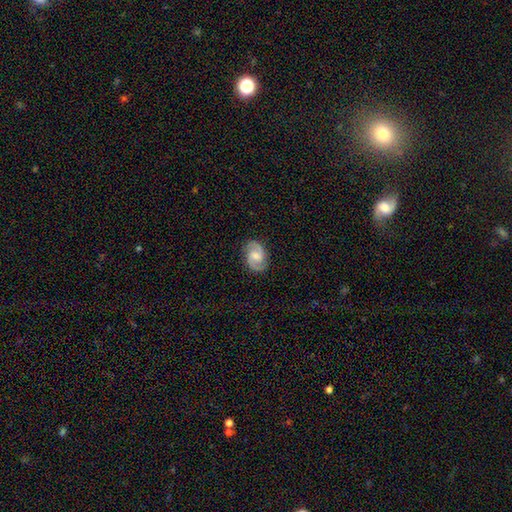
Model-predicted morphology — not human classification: A featured or disk galaxy (83%) with a weak bar (49%), 2 (93%) medium (56%) spiral arms (97%) and a moderate central bulge (52%). Merging: none (86%).